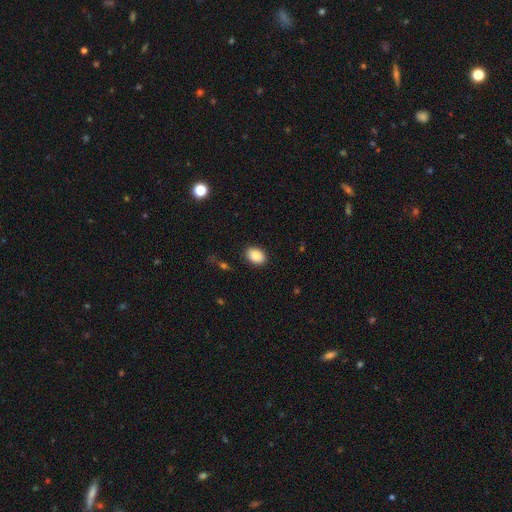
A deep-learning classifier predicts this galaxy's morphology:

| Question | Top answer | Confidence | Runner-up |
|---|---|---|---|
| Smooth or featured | smooth | 86% | star or artifact (8%) |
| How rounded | in between | 78% | round (20%) |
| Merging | none | 89% | minor disturbance (8%) |